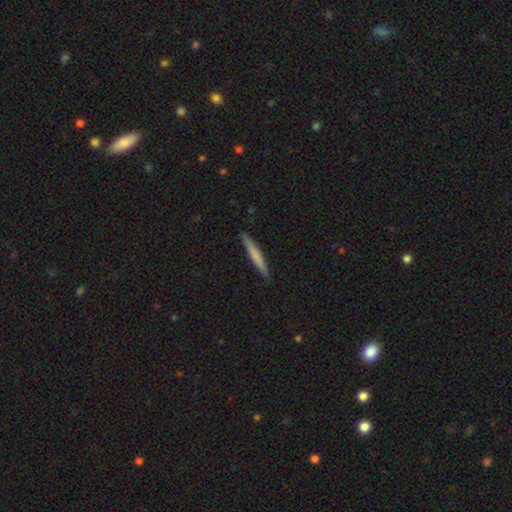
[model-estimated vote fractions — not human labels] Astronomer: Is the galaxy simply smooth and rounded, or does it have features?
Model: smooth — 67%.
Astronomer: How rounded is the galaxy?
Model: cigar-shaped — 96%.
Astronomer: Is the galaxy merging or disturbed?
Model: none — 89%.